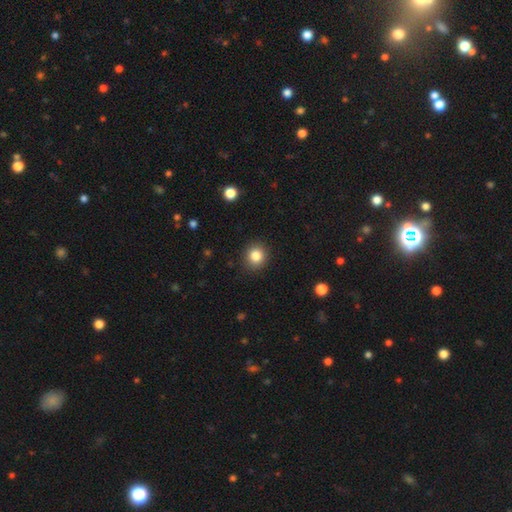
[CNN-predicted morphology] Overall: smooth (84%). How rounded: round (88%). Merging: none (90%).